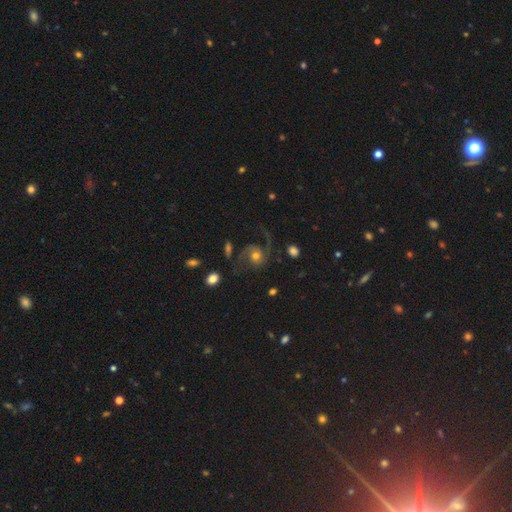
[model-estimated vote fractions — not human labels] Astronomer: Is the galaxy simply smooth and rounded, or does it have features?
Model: featured or disk — 79%.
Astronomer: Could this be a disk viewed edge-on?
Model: no — 98%.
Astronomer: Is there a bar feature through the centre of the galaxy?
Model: no — 74%.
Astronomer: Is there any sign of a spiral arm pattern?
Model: yes — 95%.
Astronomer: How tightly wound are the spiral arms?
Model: loose — 44% (runner-up: medium, 43%).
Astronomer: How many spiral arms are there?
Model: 2 — 79%.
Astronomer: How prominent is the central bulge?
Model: moderate — 62%.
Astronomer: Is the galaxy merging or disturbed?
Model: none — 62%.